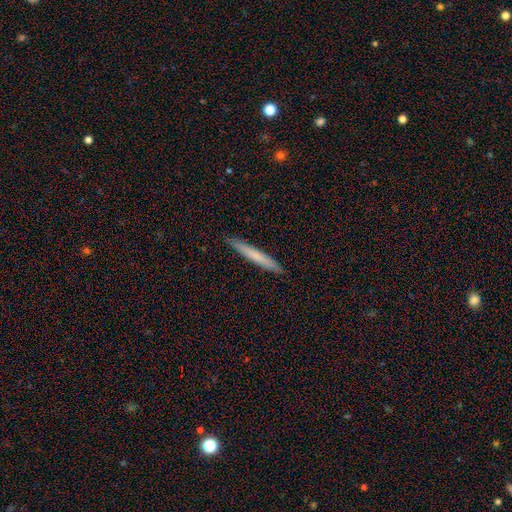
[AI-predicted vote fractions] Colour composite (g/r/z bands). It shows a smooth galaxy with no disk features (68%) that is cigar-shaped (96%). Merging: none (91%).